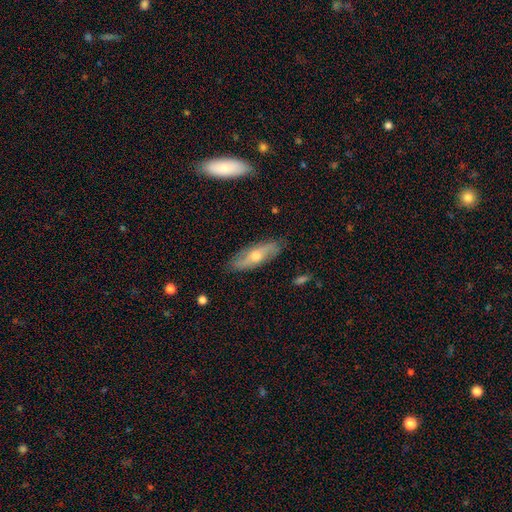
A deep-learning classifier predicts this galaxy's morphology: Smooth or featured: featured or disk — 54% (smooth — 40%)
Edge-on disk: no — 63% (yes — 37%)
Merging: none — 83% (minor disturbance — 13%)